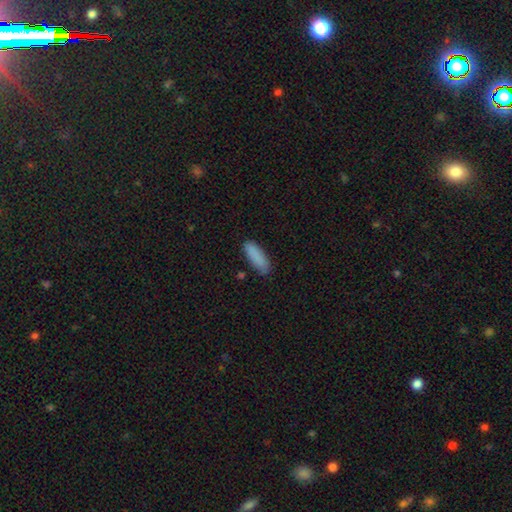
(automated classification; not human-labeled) Smooth or featured: smooth — 88% (star or artifact — 7%)
How rounded: in between — 52% (cigar-shaped — 47%)
Merging: none — 82% (minor disturbance — 14%)